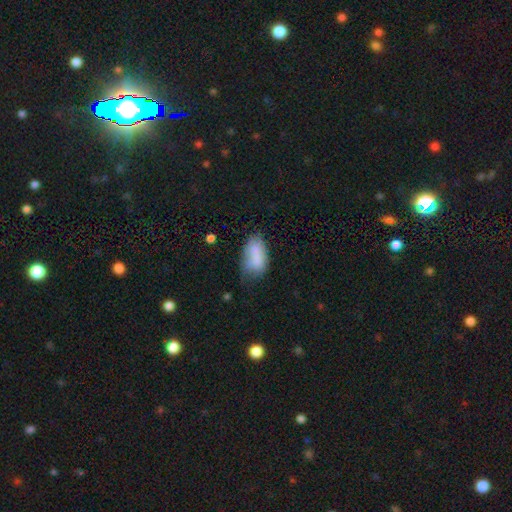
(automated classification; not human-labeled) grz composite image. It shows a smooth galaxy with no disk features (78%) that is in between round and cigar-shaped (93%). Merging: none (46%).